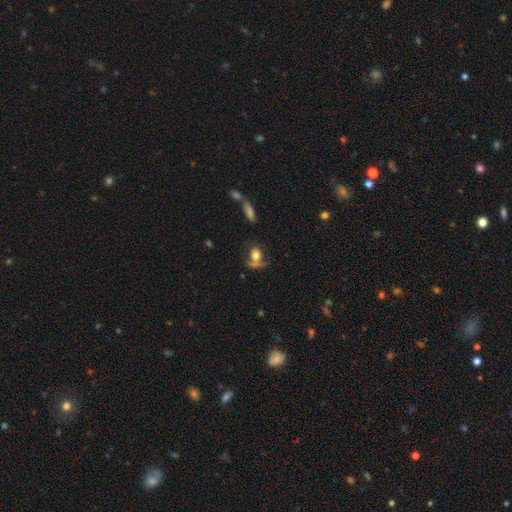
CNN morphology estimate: Smooth or featured? Predicted: smooth (p=0.66). How rounded? Predicted: in between (p=0.58). Merging? Predicted: none (p=0.35).